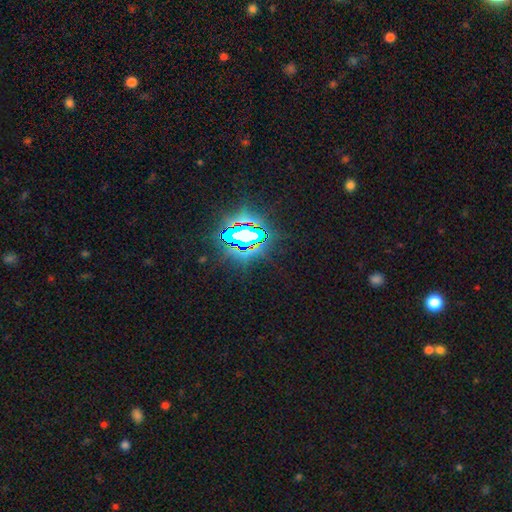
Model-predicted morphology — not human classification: This appears to be a star or artifact, not a galaxy (84%).